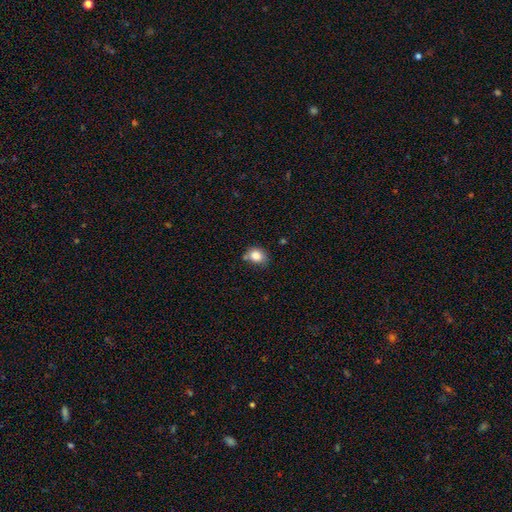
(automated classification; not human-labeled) This appears to be a smooth galaxy with no disk features (84%) that is round (54%). Merging: none (58%).